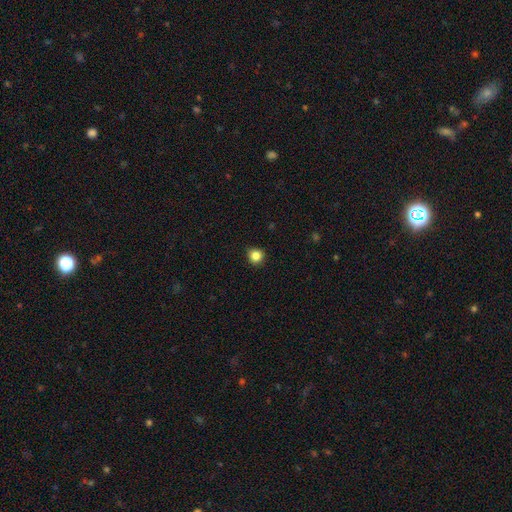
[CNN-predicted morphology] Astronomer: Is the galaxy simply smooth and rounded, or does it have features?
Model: smooth — 85%.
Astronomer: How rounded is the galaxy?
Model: round — 92%.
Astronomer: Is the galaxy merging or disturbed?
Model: none — 89%.